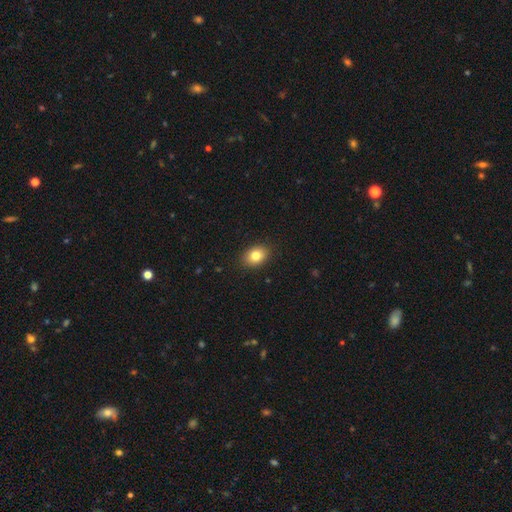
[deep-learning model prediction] Overall: smooth (81%). How rounded: in between (67%; round 32%). Merging: none (89%).